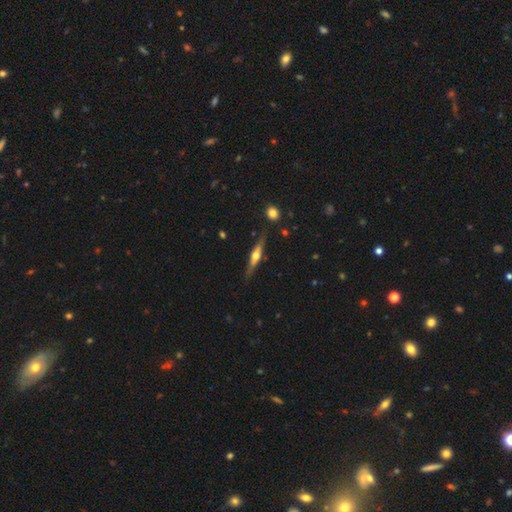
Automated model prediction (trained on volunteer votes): Smooth or featured?
  - featured or disk: 68% *
  - smooth: 26%
  - star or artifact: 6%
Edge-on disk?
  - yes: 95% *
  - no: 5%
Edge-on bulge?
  - rounded: 92% *
  - boxy: 5%
  - none: 3%
Merging?
  - none: 84% *
  - minor disturbance: 11%
  - major disturbance: 3%
  - merger: 2%